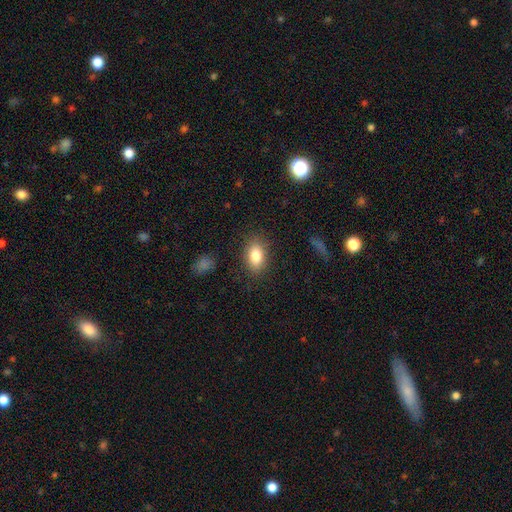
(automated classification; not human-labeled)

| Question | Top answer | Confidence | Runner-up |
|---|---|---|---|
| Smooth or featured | smooth | 83% | featured or disk (9%) |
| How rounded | in between | 86% | round (12%) |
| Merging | none | 85% | minor disturbance (11%) |